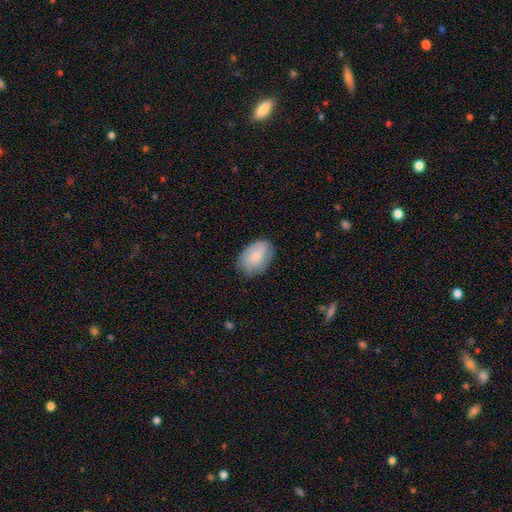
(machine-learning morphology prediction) This is likely a smooth galaxy (76%). How rounded: clearly in between (86%). Merging: likely none (76%).